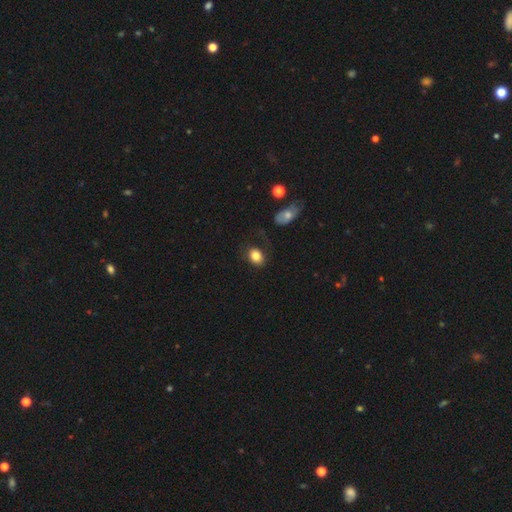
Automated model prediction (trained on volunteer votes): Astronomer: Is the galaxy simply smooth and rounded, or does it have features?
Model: smooth — 83%.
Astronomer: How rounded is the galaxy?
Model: in between — 66%.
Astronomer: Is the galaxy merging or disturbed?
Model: none — 72%.